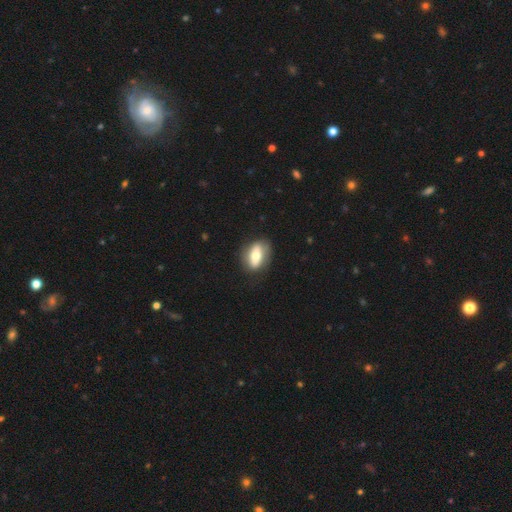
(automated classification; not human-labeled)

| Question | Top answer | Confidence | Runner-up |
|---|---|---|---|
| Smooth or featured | smooth | 57% | featured or disk (36%) |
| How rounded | in between | 81% | round (12%) |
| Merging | none | 79% | minor disturbance (15%) |